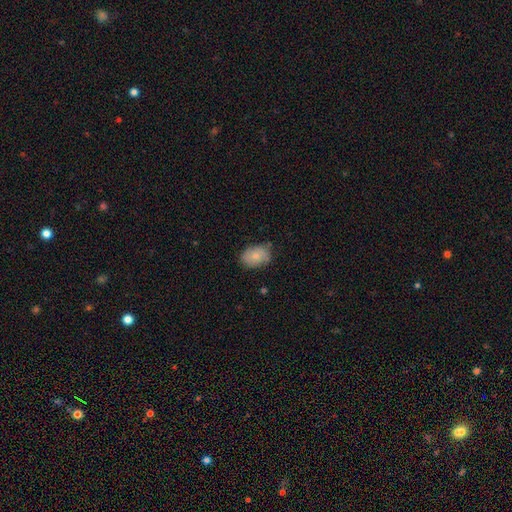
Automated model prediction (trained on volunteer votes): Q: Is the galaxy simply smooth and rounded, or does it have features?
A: smooth — 77%.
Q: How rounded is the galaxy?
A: in between — 79%.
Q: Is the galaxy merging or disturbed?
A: none — 73%.